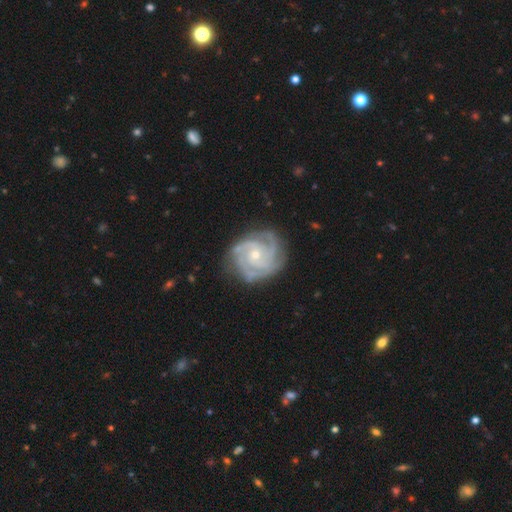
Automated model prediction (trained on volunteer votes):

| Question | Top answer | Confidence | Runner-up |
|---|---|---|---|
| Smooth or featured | featured or disk | 91% | smooth (5%) |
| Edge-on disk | no | 98% | yes (2%) |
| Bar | no | 74% | weak (21%) |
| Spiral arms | yes | 98% | no (2%) |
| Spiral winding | tight | 68% | medium (28%) |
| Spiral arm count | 3 | 50% | 4 (18%) |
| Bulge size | small | 63% | moderate (34%) |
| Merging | none | 77% | minor disturbance (17%) |